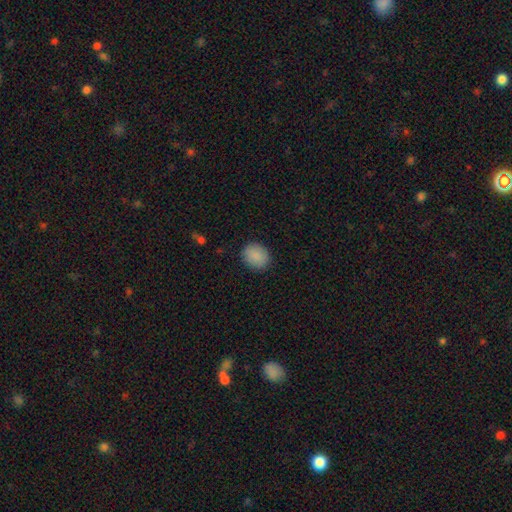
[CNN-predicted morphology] smooth 89%, star or artifact 7%, featured or disk 4%. Down the decision tree: how rounded — round (59%); merging — none (88%).